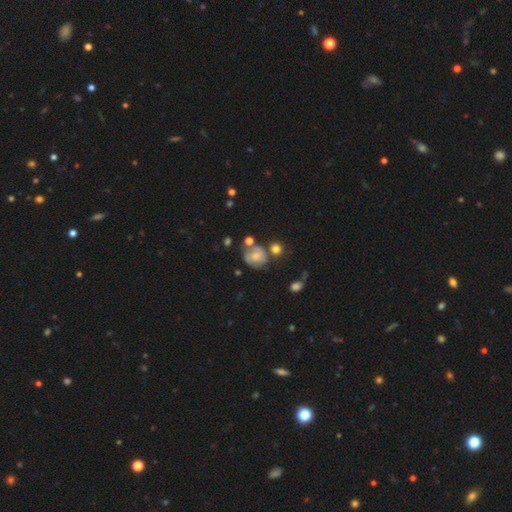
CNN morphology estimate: Smooth or featured? Predicted: featured or disk (p=0.48). Merging? Predicted: none (p=0.46).